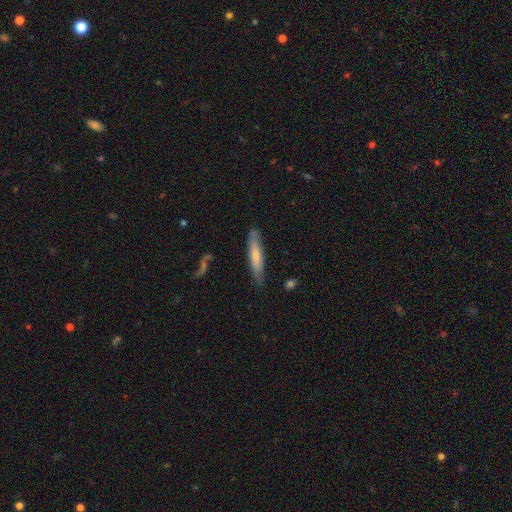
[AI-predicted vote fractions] A smooth galaxy with no disk features (63%) that is cigar-shaped (87%).

Vote fractions:
- Smooth or featured? smooth: 63% / featured or disk: 31% / star or artifact: 5%
- How rounded? cigar-shaped: 87% / in between: 12% / round: 1%
- Merging? none: 79% / minor disturbance: 16% / major disturbance: 3% / merger: 2%